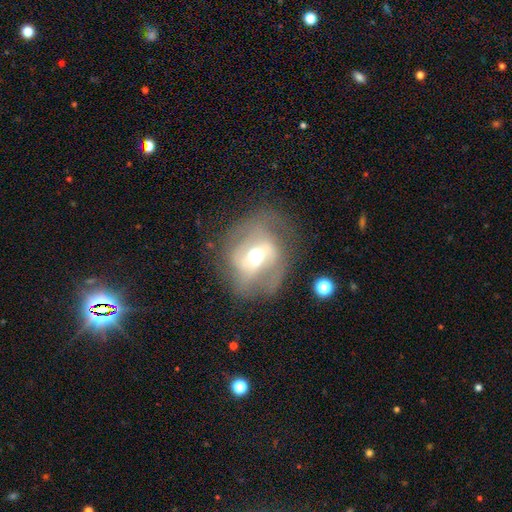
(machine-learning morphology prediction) Q: Smooth or featured?
A: featured or disk (74%); runner-up: smooth (18%)
Q: Edge-on disk?
A: no (95%); runner-up: yes (5%)
Q: Bar?
A: weak (42%); runner-up: strong (29%)
Q: Spiral arms?
A: yes (77%); runner-up: no (23%)
Q: Spiral winding?
A: medium (43%); runner-up: loose (29%)
Q: Spiral arm count?
A: 2 (61%); runner-up: can't tell (20%)
Q: Bulge size?
A: moderate (71%); runner-up: small (14%)
Q: Merging?
A: none (58%); runner-up: minor disturbance (22%)